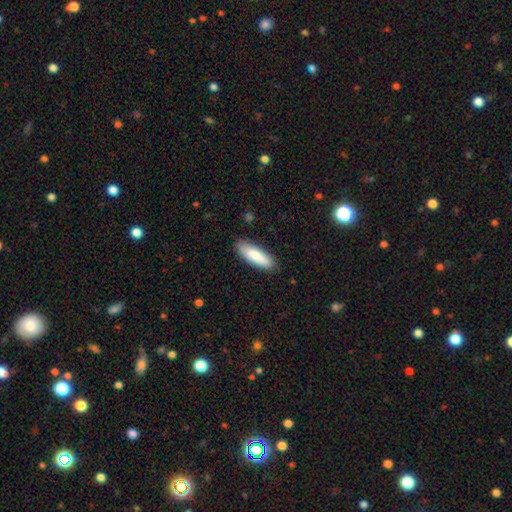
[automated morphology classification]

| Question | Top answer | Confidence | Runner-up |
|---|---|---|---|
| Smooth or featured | smooth | 83% | featured or disk (11%) |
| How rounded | in between | 52% | cigar-shaped (47%) |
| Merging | none | 84% | minor disturbance (13%) |